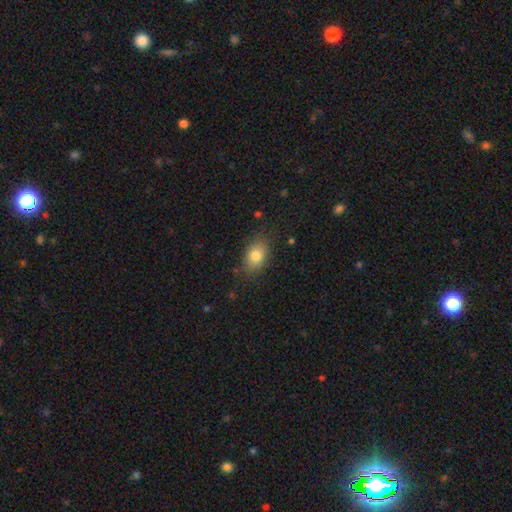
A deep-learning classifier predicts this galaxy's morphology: Q: Smooth or featured?
A: smooth (81%); runner-up: featured or disk (10%)
Q: How rounded?
A: in between (81%); runner-up: round (17%)
Q: Merging?
A: none (80%); runner-up: minor disturbance (14%)